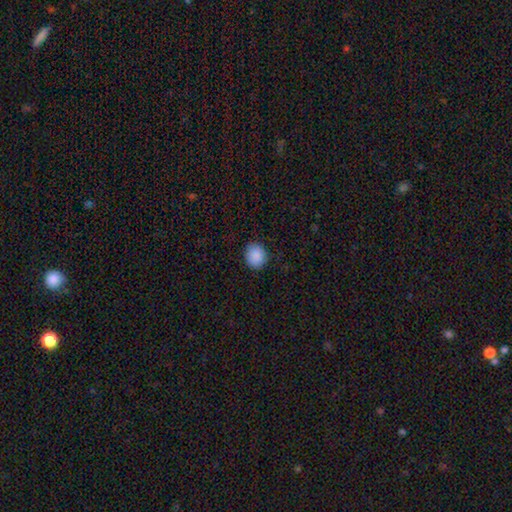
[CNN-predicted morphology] type=smooth (89%); roundness=round (69%); merging=none (87%).